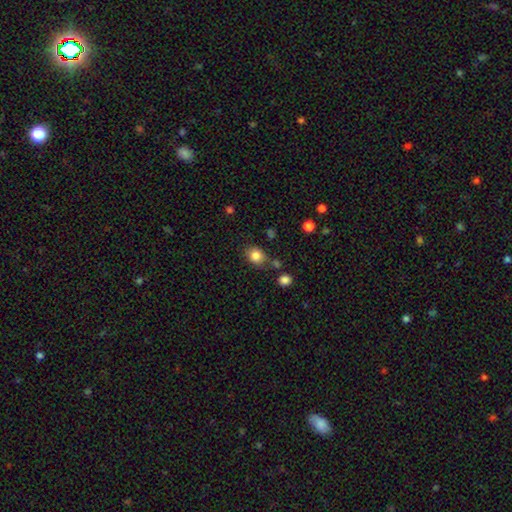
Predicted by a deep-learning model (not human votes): Smooth or featured: smooth — 83% (star or artifact — 11%)
How rounded: round — 65% (in between — 34%)
Merging: none — 73% (minor disturbance — 15%)